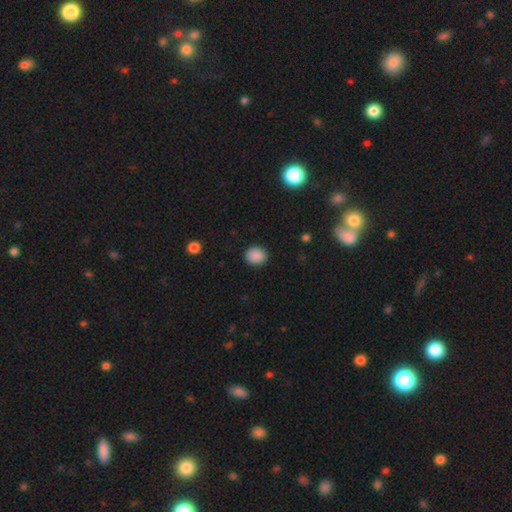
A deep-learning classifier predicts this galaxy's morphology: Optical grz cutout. It shows a smooth galaxy with no disk features (89%) that is round (69%). Merging: none (90%).